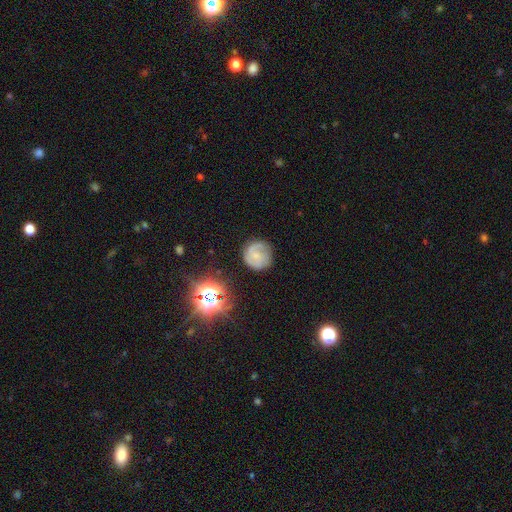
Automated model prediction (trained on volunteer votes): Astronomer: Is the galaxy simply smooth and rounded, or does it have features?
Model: featured or disk — 56% (runner-up: smooth, 32%).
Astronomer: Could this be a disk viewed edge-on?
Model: no — 97%.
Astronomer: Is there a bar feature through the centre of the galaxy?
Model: no — 64%.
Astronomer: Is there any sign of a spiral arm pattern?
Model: yes — 86%.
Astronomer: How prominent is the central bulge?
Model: small — 64%.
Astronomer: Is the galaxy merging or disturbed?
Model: none — 75%.